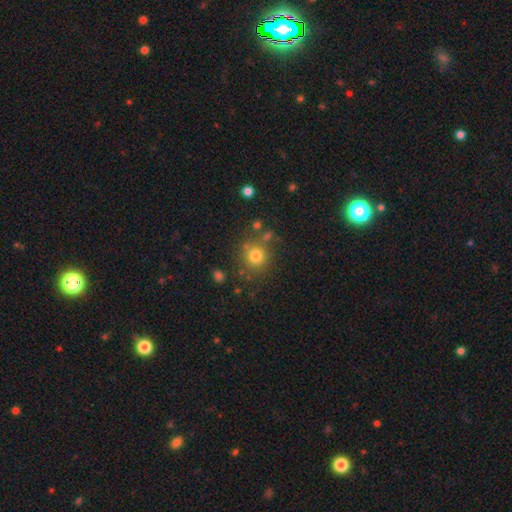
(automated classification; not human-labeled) smooth_or_featured: smooth (p=0.77) [alt: star or artifact p=0.14]
how_rounded: round (p=0.91) [alt: in between p=0.08]
merging: none (p=0.77) [alt: minor disturbance p=0.11]